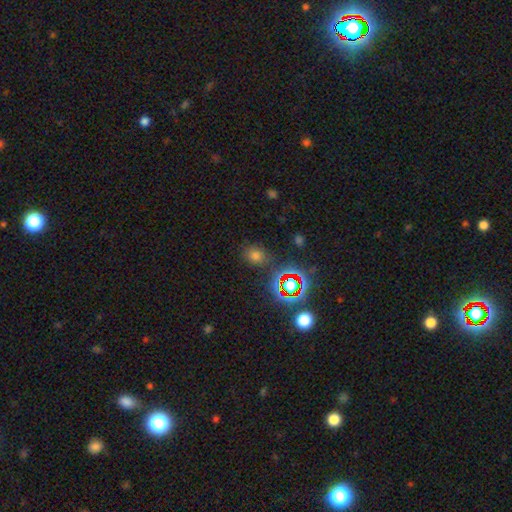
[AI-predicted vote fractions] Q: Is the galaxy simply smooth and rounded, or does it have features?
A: smooth — 62%.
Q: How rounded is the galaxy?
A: round — 64%.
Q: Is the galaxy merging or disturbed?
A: none — 82%.